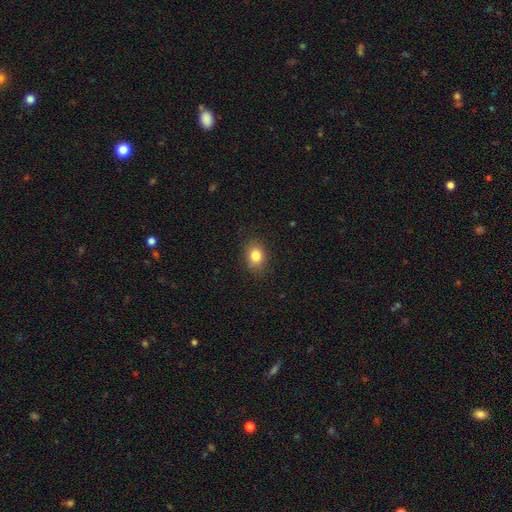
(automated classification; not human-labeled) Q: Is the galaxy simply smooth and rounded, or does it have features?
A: smooth — 83%.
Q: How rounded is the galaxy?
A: in between — 58%.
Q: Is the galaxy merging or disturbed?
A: none — 85%.